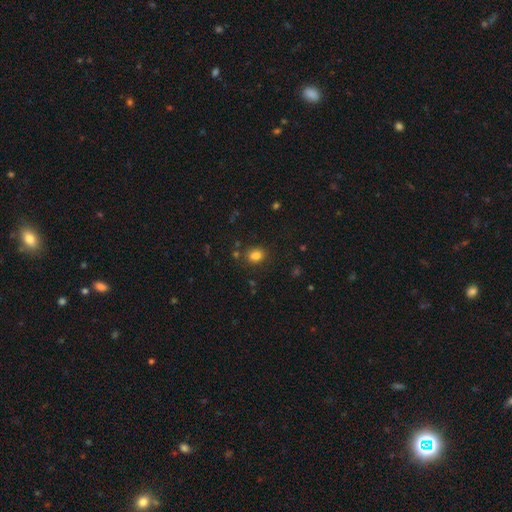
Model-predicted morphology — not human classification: Smooth or featured?
  - smooth: 81% *
  - star or artifact: 13%
  - featured or disk: 6%
How rounded?
  - in between: 50% *
  - round: 49%
  - cigar-shaped: 1%
Merging?
  - none: 78% *
  - minor disturbance: 12%
  - merger: 6%
  - major disturbance: 4%